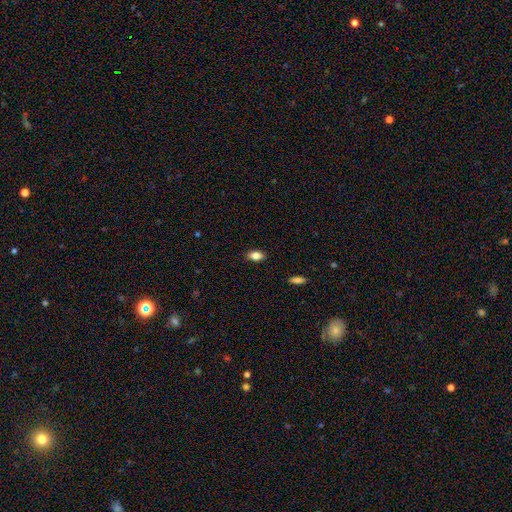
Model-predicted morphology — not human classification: smooth_or_featured: smooth (p=0.82) [alt: featured or disk p=0.09]
how_rounded: in between (p=0.87) [alt: round p=0.07]
merging: none (p=0.87) [alt: minor disturbance p=0.10]